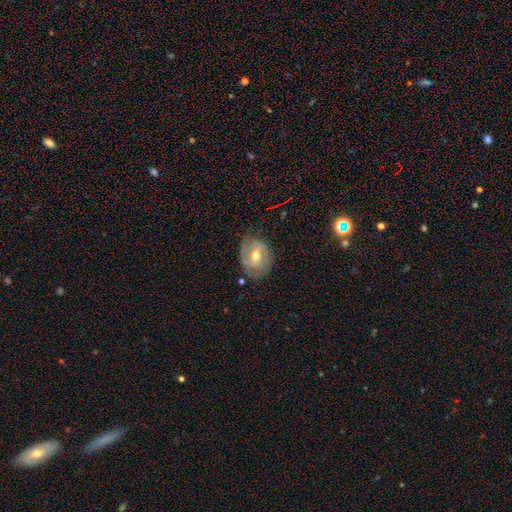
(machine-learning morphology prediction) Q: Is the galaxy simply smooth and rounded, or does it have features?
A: featured or disk — 58%.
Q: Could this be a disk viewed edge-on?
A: no — 94%.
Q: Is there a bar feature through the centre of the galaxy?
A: weak — 43%.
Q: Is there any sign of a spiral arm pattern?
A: yes — 60%.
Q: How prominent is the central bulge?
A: moderate — 66%.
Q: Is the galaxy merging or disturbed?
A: none — 64%.